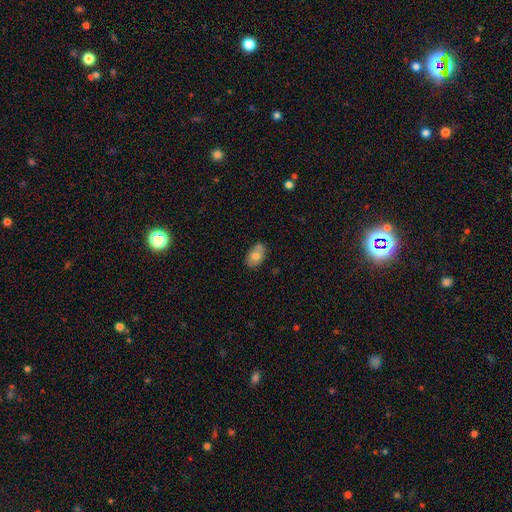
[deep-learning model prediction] A smooth galaxy with no disk features (73%) that is in between round and cigar-shaped (85%).

Vote fractions:
- Smooth or featured? smooth: 73% / featured or disk: 19% / star or artifact: 8%
- How rounded? in between: 85% / round: 14% / cigar-shaped: 1%
- Merging? none: 63% / minor disturbance: 20% / merger: 13% / major disturbance: 4%